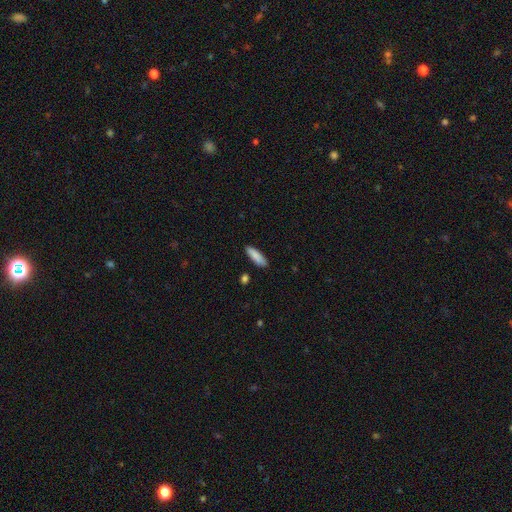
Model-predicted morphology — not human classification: type=smooth (87%); roundness=cigar-shaped (55%); merging=none (86%).